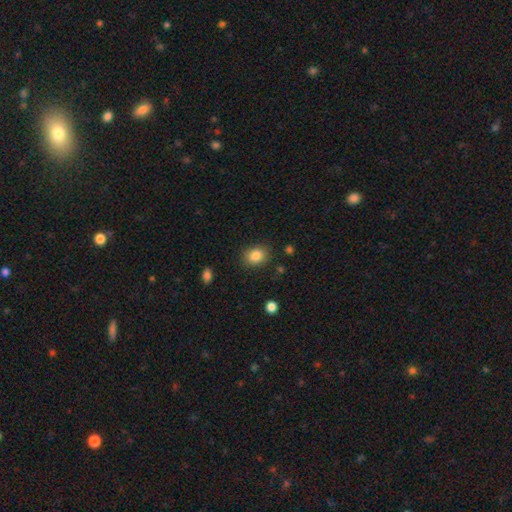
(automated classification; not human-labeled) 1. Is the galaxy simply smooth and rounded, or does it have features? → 84% smooth, 10% star or artifact, 6% featured or disk.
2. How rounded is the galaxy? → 55% round, 44% in between, 1% cigar-shaped.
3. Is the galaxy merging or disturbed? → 85% none, 11% minor disturbance, 3% major disturbance, 2% merger.